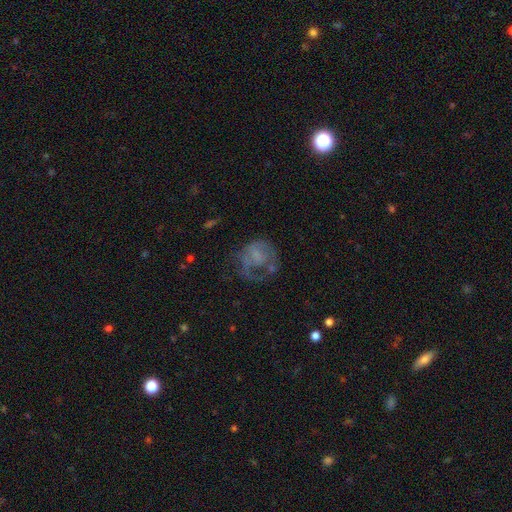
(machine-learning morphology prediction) The model was most divided on "merging": major disturbance: 44%, none: 33%, minor disturbance: 19%, merger: 4%. Remaining: edge-on disk — no (98%); bar — no (75%); spiral arms — no (58%); smooth or featured — featured or disk (51%); bulge size — none (50%).